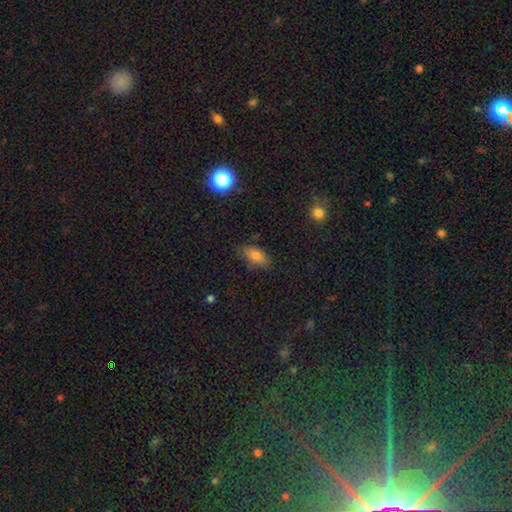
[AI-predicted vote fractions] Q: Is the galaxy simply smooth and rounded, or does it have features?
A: smooth — 77%.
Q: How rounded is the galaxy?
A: in between — 88%.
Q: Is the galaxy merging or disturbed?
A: none — 76%.